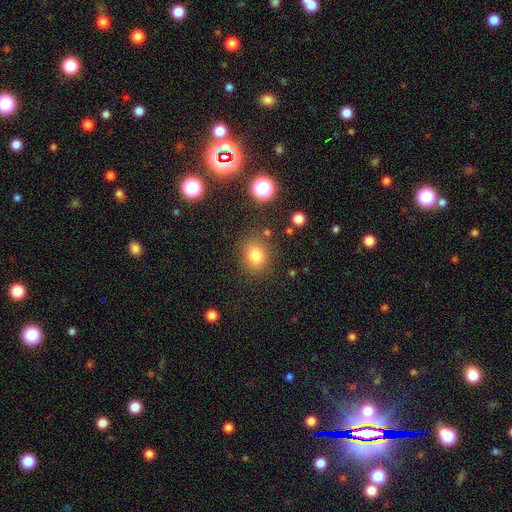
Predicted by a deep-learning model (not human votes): Smooth or featured: smooth — 79% (star or artifact — 14%)
How rounded: round — 70% (in between — 29%)
Merging: none — 81% (minor disturbance — 11%)